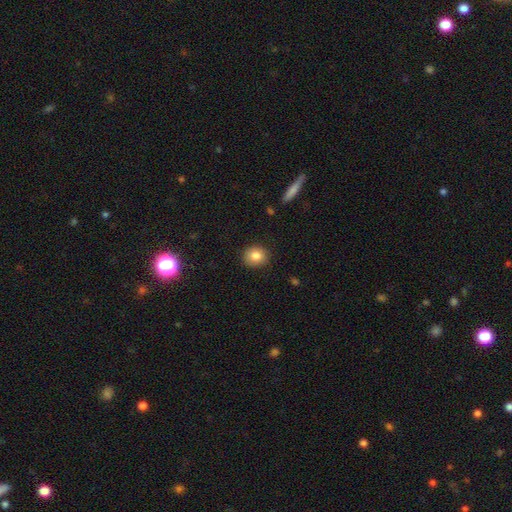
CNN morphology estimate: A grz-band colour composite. It shows a smooth galaxy with no disk features (83%) that is round (80%). Merging: none (89%).